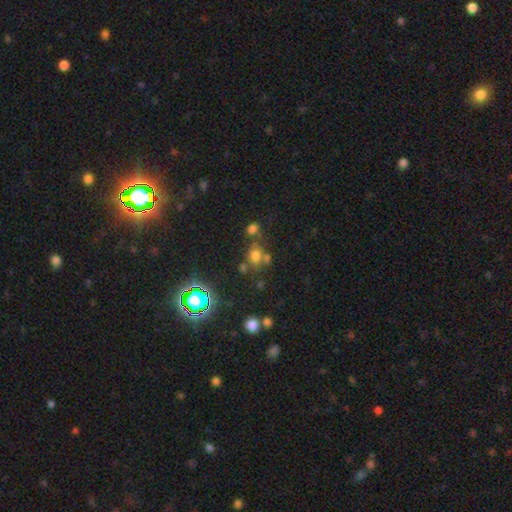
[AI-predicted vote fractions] The model was most divided on "how rounded": round: 58%, in between: 41%, cigar-shaped: 2%. More confident: smooth or featured — smooth (60%); merging — none (52%).